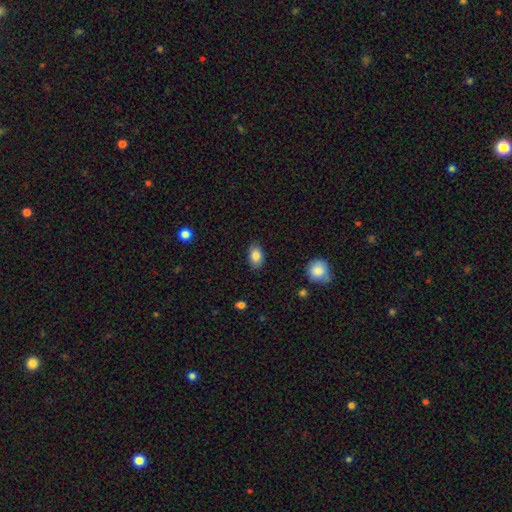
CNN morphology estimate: A smooth galaxy with no disk features (85%) that is in between round and cigar-shaped (88%). Merging: none (85%).